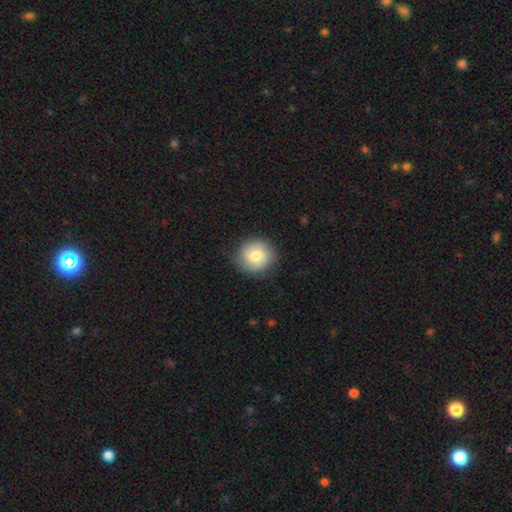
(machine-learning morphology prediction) A smooth galaxy with no disk features (66%) that is round (86%).

Vote fractions:
- Smooth or featured? smooth: 66% / featured or disk: 27% / star or artifact: 7%
- How rounded? round: 86% / in between: 13% / cigar-shaped: 1%
- Merging? none: 82% / minor disturbance: 13% / major disturbance: 4% / merger: 1%